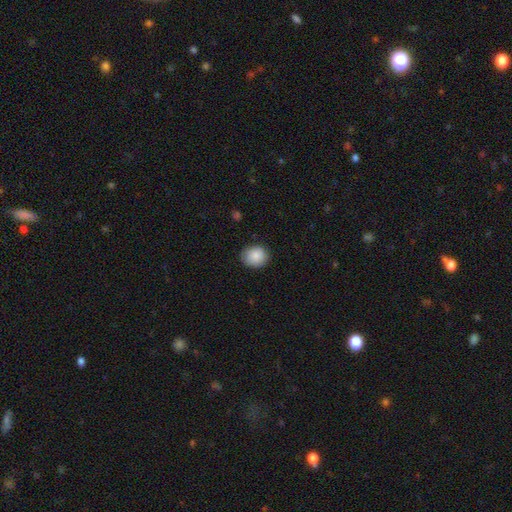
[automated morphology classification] smooth 88%, star or artifact 7%, featured or disk 4%. Down the decision tree: how rounded — round (73%); merging — none (87%).